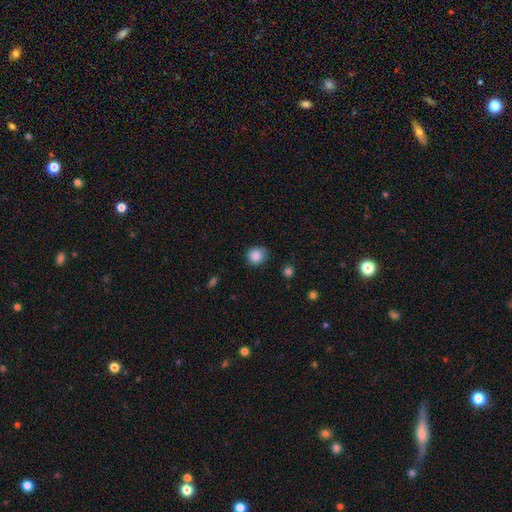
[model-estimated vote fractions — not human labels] smooth 87%, star or artifact 10%, featured or disk 3%. Down the decision tree: how rounded — round (86%); merging — none (76%).